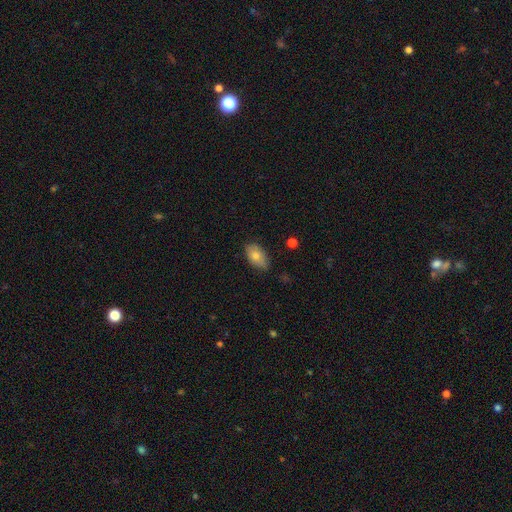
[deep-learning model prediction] Overall: smooth (76%). How rounded: in between (92%). Merging: none (80%).